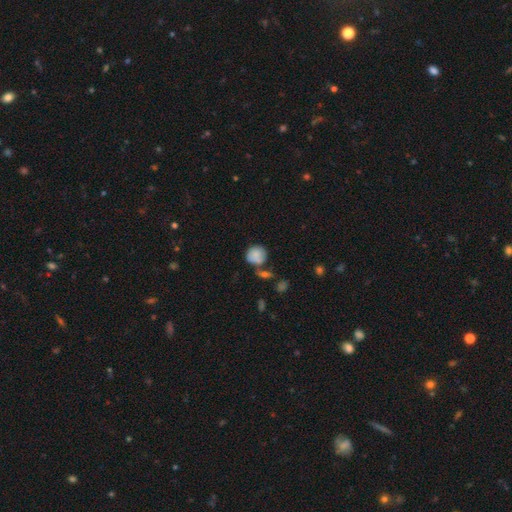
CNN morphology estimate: smooth_or_featured: smooth (p=0.82) [alt: featured or disk p=0.10]
how_rounded: round (p=0.84) [alt: in between p=0.15]
merging: none (p=0.57) [alt: minor disturbance p=0.21]